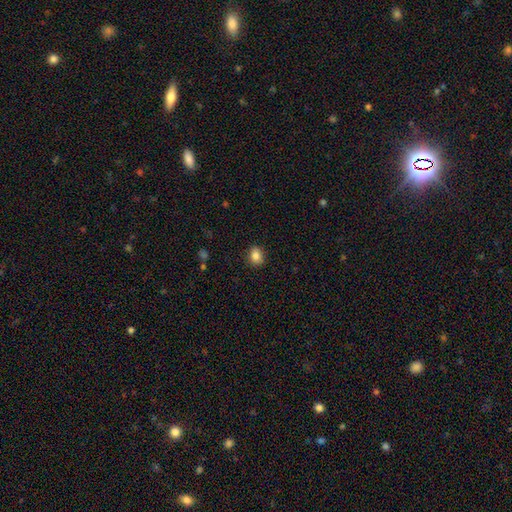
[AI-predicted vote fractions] Q: Smooth or featured?
A: smooth (85%); runner-up: star or artifact (9%)
Q: How rounded?
A: round (50%); runner-up: in between (49%)
Q: Merging?
A: none (89%); runner-up: minor disturbance (8%)